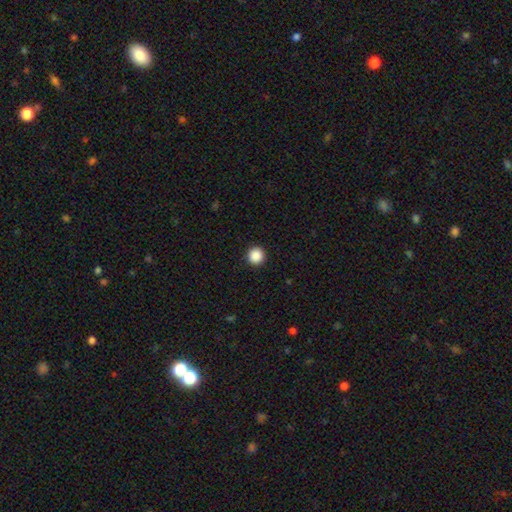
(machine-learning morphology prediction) smooth-or-featured: smooth: 88% | star or artifact: 9% | featured or disk: 2%
  how-rounded: round: 95% | in between: 4% | cigar-shaped: 1%
  merging: none: 93% | minor disturbance: 4% | major disturbance: 2% | merger: 1%